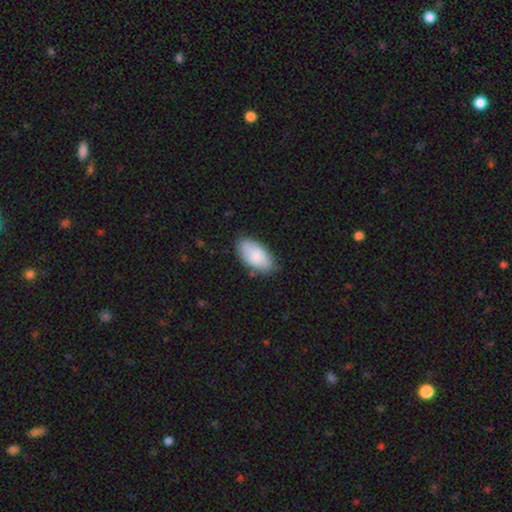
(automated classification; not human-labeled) Overall: smooth (85%). How rounded: in between (95%). Merging: none (78%).